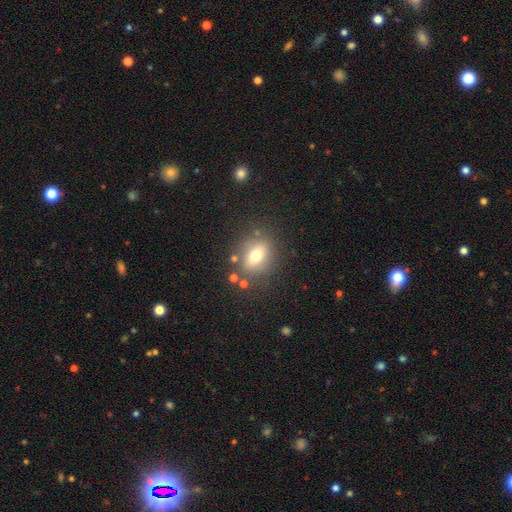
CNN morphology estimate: Smooth or featured: smooth — 68% (featured or disk — 19%)
How rounded: in between — 54% (round — 43%)
Merging: none — 77% (minor disturbance — 12%)